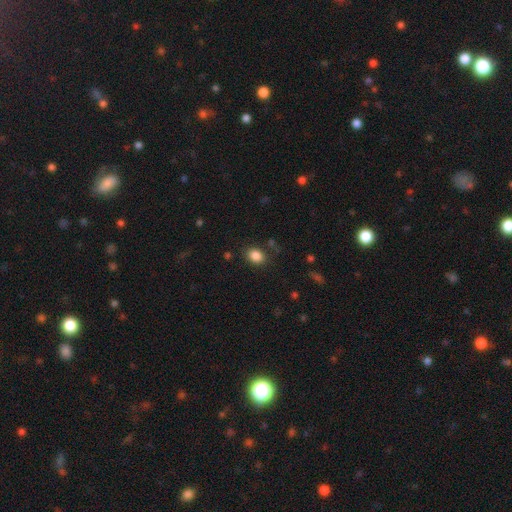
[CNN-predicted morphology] A smooth galaxy with no disk features (86%) that is in between round and cigar-shaped (62%).

Vote fractions:
- Smooth or featured? smooth: 86% / star or artifact: 10% / featured or disk: 5%
- How rounded? in between: 62% / round: 37% / cigar-shaped: 1%
- Merging? none: 82% / minor disturbance: 11% / major disturbance: 4% / merger: 2%